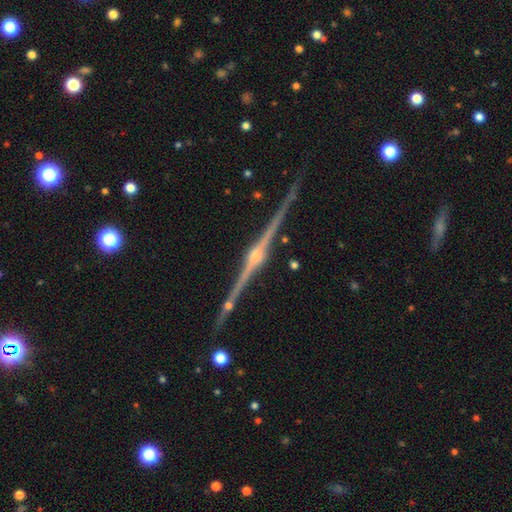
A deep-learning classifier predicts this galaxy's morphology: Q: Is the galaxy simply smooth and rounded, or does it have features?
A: featured or disk — 92%.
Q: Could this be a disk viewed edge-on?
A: yes — 99%.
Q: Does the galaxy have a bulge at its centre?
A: rounded — 91%.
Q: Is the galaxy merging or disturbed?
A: none — 90%.